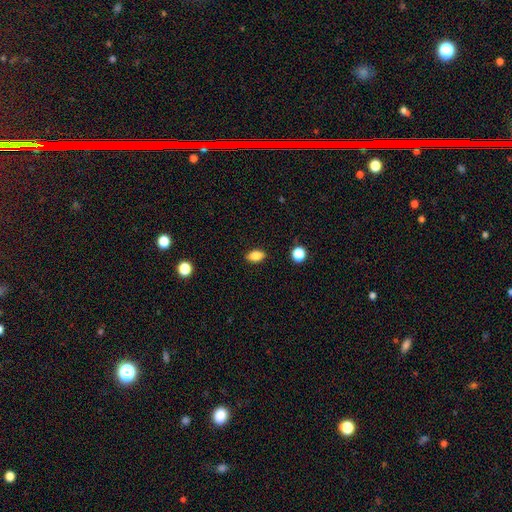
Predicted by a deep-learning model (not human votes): This appears to be a smooth galaxy with no disk features (85%) that is in between round and cigar-shaped (87%). Merging: none (88%).